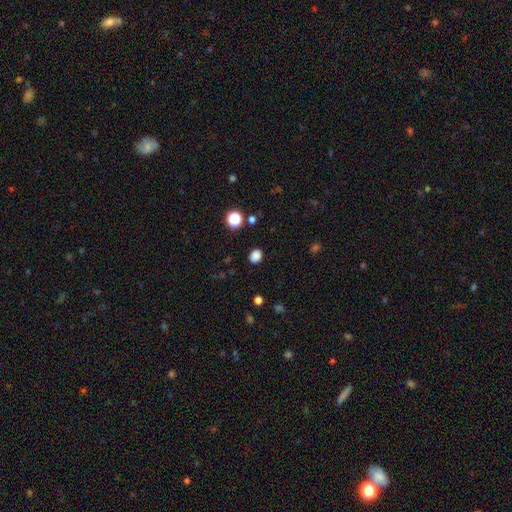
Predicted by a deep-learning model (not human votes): smooth-or-featured: smooth: 83% | star or artifact: 14% | featured or disk: 3%
  how-rounded: round: 60% | in between: 39% | cigar-shaped: 1%
  merging: none: 88% | minor disturbance: 8% | major disturbance: 2% | merger: 1%